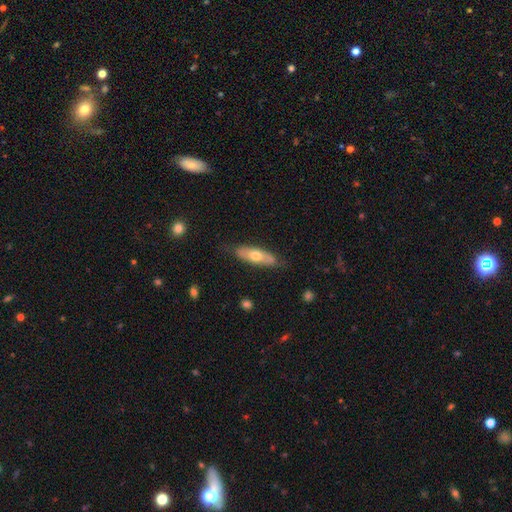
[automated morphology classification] smooth 56%, featured or disk 38%, star or artifact 5%. Down the decision tree: how rounded — in between (58%); merging — none (76%).